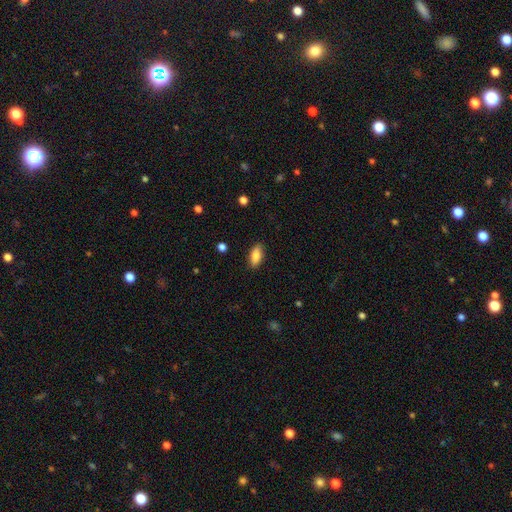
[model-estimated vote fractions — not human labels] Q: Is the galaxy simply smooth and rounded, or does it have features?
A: smooth — 84%.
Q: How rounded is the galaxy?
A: in between — 85%.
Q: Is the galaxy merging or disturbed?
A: none — 88%.